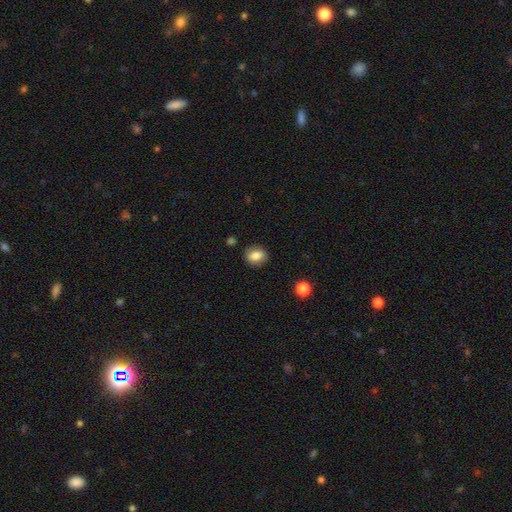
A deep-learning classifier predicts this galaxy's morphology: A smooth galaxy with no disk features (81%) that is in between round and cigar-shaped (54%). Merging: none (82%).